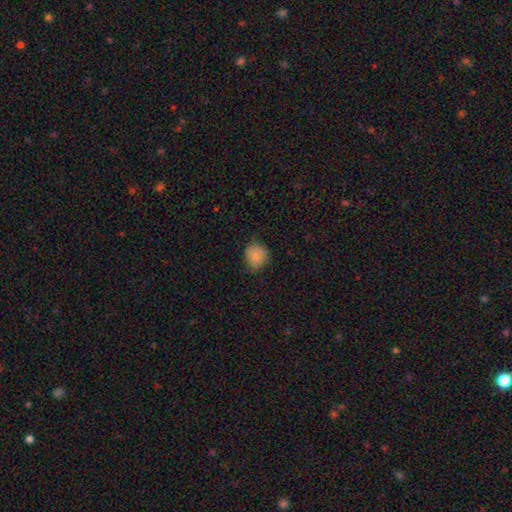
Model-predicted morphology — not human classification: type=smooth (84%); roundness=round (76%); merging=none (65%).